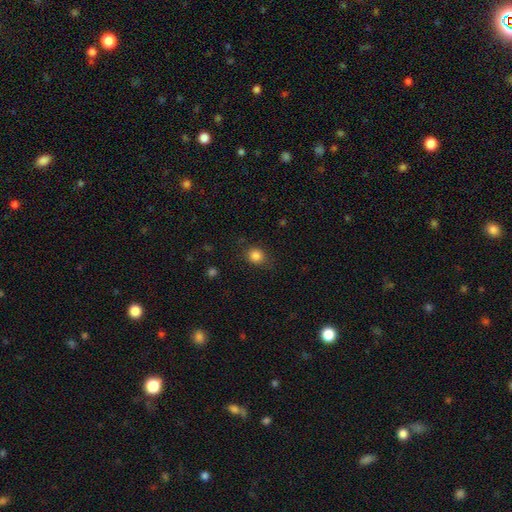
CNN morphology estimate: Overall: smooth (84%). How rounded: round (69%; in between 30%). Merging: none (80%).